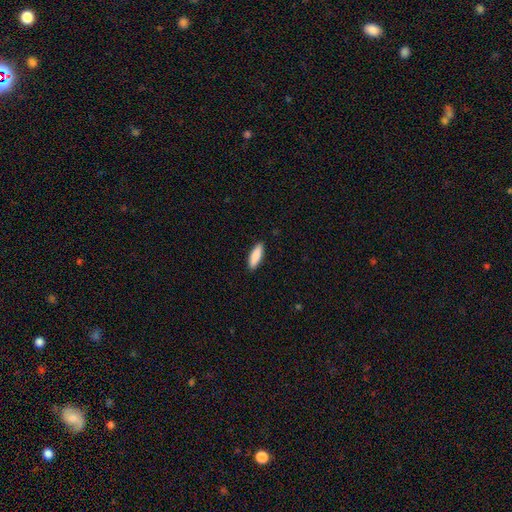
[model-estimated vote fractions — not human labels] Overall: smooth (88%). How rounded: in between (50%; cigar-shaped 48%). Merging: none (90%).